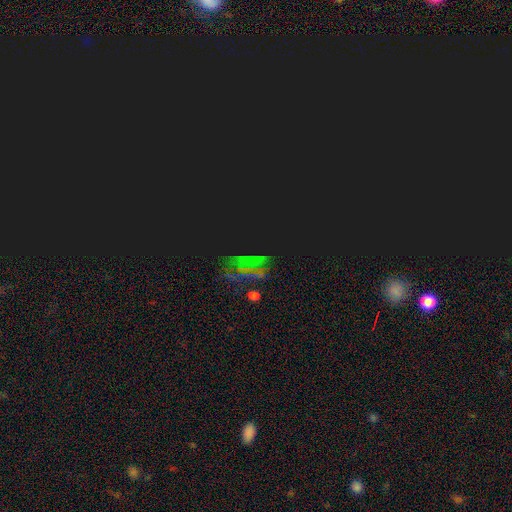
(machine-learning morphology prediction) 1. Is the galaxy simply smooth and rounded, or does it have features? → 67% star or artifact, 18% smooth, 15% featured or disk.